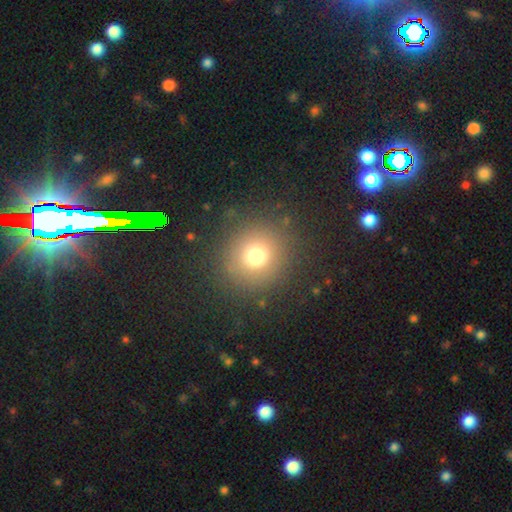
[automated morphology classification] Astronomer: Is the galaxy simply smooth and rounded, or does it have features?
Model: smooth — 73%.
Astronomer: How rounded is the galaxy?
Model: round — 90%.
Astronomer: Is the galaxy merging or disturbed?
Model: none — 84%.